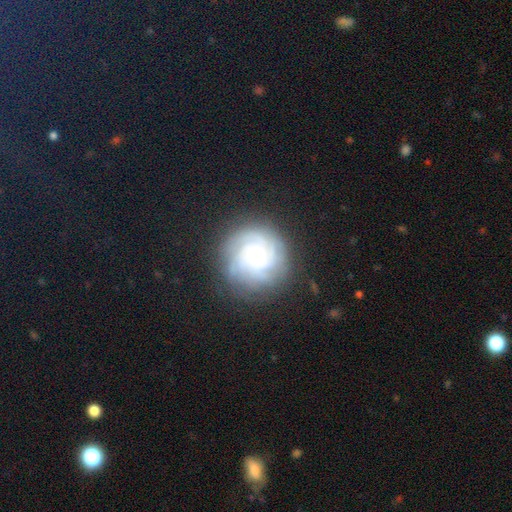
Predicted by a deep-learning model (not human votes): smooth_or_featured: featured or disk (p=0.75) [alt: smooth p=0.17]
disk_edge_on: no (p=0.98) [alt: yes p=0.02]
bar: no (p=0.79) [alt: weak p=0.17]
has_spiral_arms: yes (p=0.96) [alt: no p=0.04]
spiral_winding: tight (p=0.75) [alt: medium p=0.20]
spiral_arm_count: can't tell (p=0.29) [alt: 4 p=0.24]
bulge_size: small (p=0.59) [alt: moderate p=0.30]
merging: none (p=0.81) [alt: minor disturbance p=0.13]